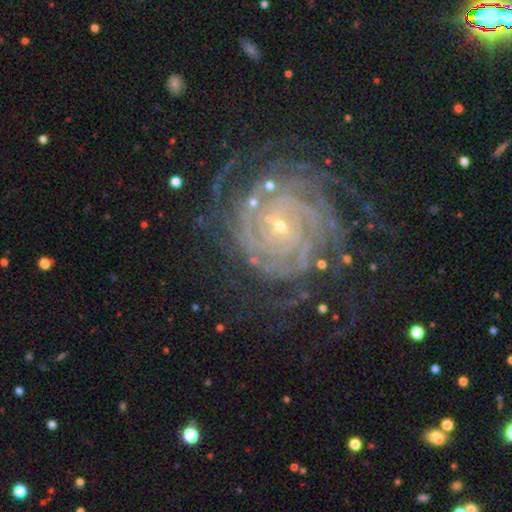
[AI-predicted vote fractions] A featured or disk galaxy (87%) with no bar (61%), tight (82%) spiral arms (98%) and a small central bulge (82%).

Vote fractions:
- Smooth or featured? featured or disk: 87% / star or artifact: 8% / smooth: 5%
- Edge-on disk? no: 98% / yes: 2%
- Bar? no: 61% / weak: 27% / strong: 13%
- Spiral arms? yes: 98% / no: 2%
- Spiral winding? tight: 82% / medium: 15% / loose: 3%
- Spiral arm count? can't tell: 27% / more than 4: 20% / 4: 17% / 2: 14% / 3: 13% / 1: 9%
- Bulge size? small: 82% / moderate: 14% / none: 2% / large: 1% / dominant: 1%
- Merging? none: 75% / minor disturbance: 14% / major disturbance: 9% / merger: 2%